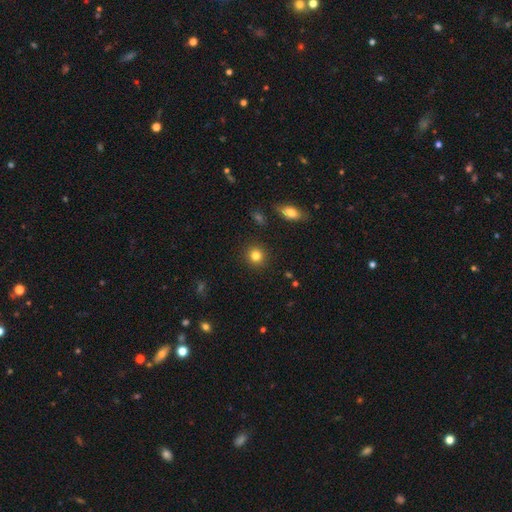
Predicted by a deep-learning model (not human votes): A smooth galaxy with no disk features (83%) that is round (90%). Merging: none (91%).